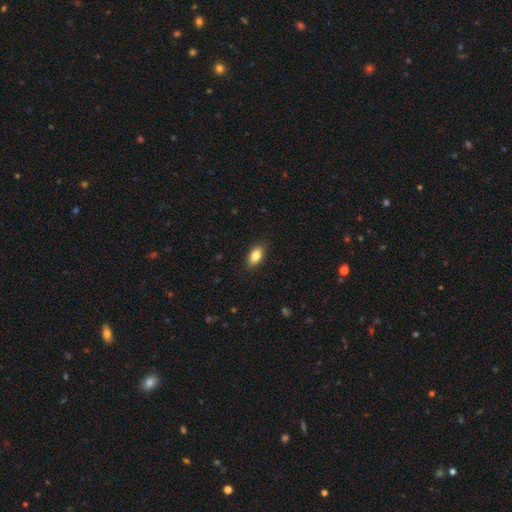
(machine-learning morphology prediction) type=smooth (84%); roundness=in between (90%); merging=none (88%).